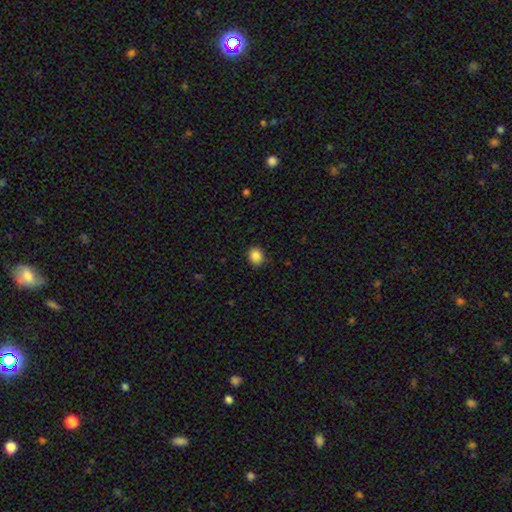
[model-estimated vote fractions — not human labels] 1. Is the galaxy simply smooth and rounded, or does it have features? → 87% smooth, 10% star or artifact, 3% featured or disk.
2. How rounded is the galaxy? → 69% round, 31% in between, 1% cigar-shaped.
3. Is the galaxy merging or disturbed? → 87% none, 10% minor disturbance, 2% major disturbance, 1% merger.